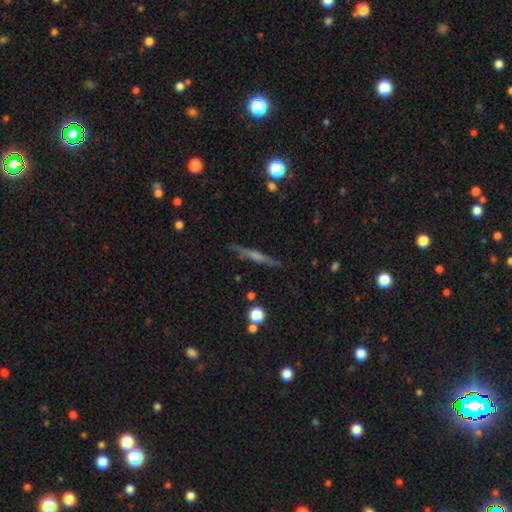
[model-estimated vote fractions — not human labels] Overall: featured or disk (60%; smooth 31%). Edge-on disk: yes (96%). Edge-on bulge: rounded (48%; none 38%). Merging: none (87%).